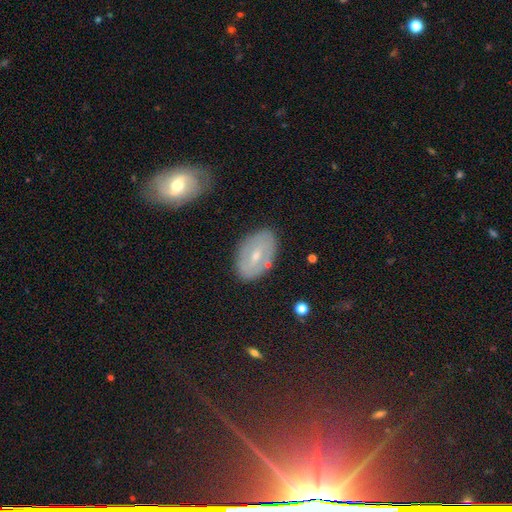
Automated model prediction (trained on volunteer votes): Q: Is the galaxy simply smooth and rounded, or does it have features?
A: featured or disk — 55%.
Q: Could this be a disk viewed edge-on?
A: no — 90%.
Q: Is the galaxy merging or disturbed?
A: none — 80%.